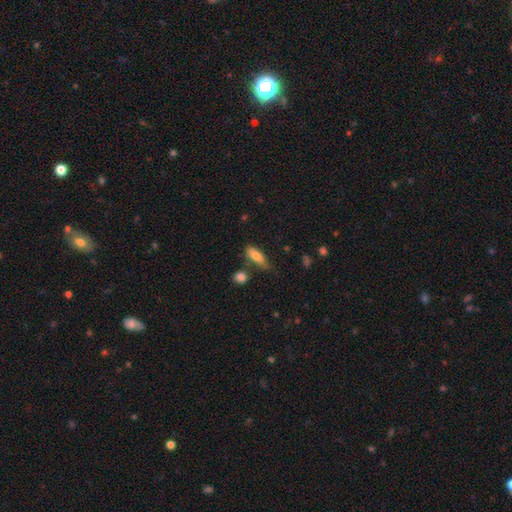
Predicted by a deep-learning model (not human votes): smooth_or_featured: smooth (p=0.78) [alt: featured or disk p=0.15]
how_rounded: in between (p=0.68) [alt: cigar-shaped p=0.29]
merging: none (p=0.56) [alt: minor disturbance p=0.26]